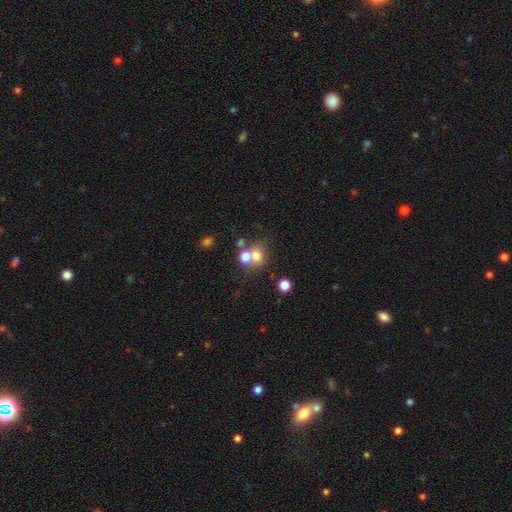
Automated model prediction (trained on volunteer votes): smooth 70%, star or artifact 17%, featured or disk 13%. Down the decision tree: how rounded — round (75%); merging — none (44%).